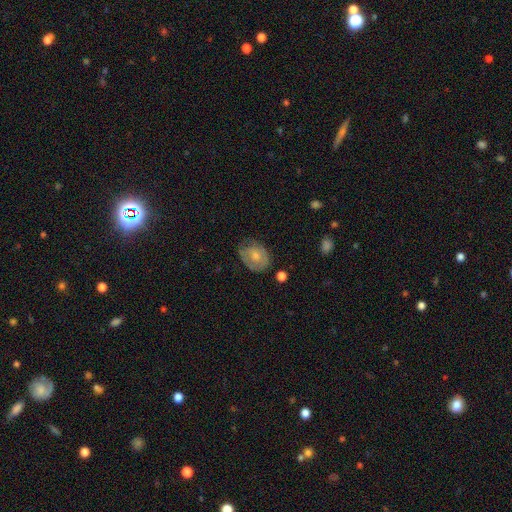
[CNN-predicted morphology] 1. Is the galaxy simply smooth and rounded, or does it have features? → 56% smooth, 36% featured or disk, 7% star or artifact.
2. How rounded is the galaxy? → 60% in between, 39% round, 1% cigar-shaped.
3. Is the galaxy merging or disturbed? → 64% none, 26% minor disturbance, 9% major disturbance, 2% merger.